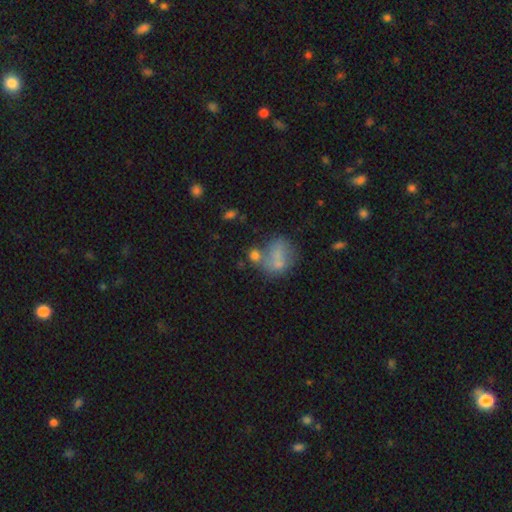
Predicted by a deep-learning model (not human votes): The model was most divided on "merging": none: 37%, merger: 34%, minor disturbance: 16%, major disturbance: 13%. More confident: smooth or featured — smooth (64%); how rounded — round (54%).